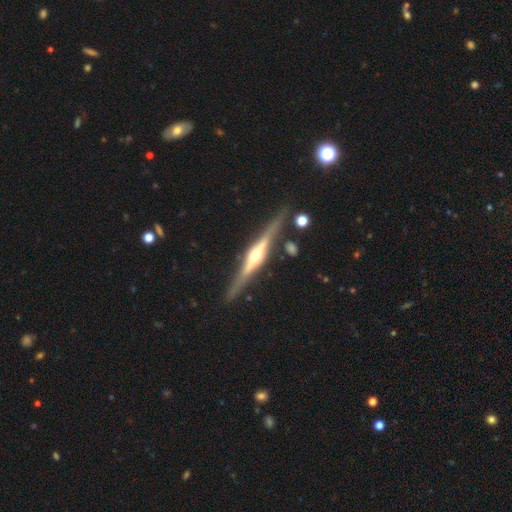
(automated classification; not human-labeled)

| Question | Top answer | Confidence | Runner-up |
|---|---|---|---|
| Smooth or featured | featured or disk | 84% | smooth (11%) |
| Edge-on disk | yes | 98% | no (2%) |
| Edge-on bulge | rounded | 88% | boxy (8%) |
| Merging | none | 86% | minor disturbance (9%) |